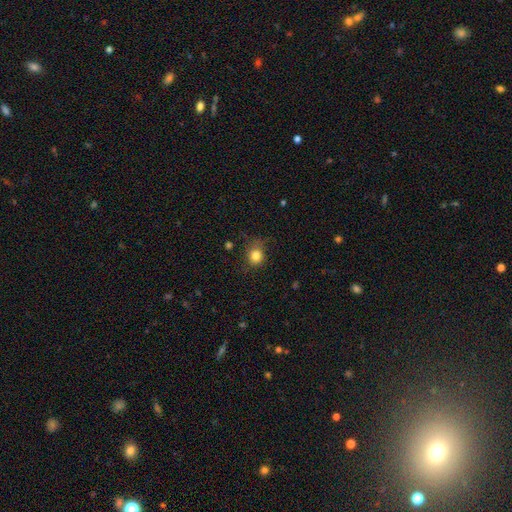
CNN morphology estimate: Smooth or featured: smooth — 82% (star or artifact — 12%)
How rounded: round — 76% (in between — 23%)
Merging: none — 69% (minor disturbance — 22%)